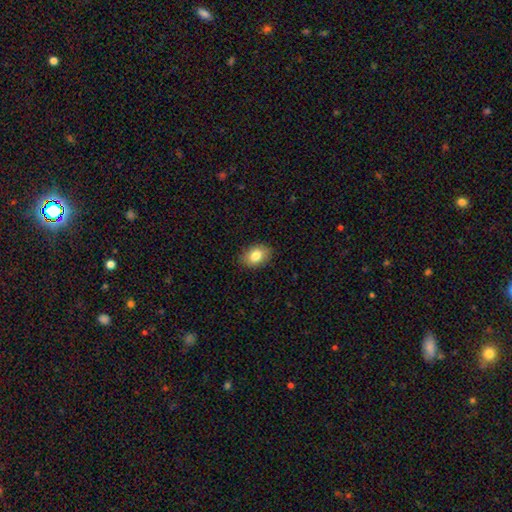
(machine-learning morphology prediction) Smooth or featured?
  - smooth: 83% *
  - featured or disk: 9%
  - star or artifact: 8%
How rounded?
  - in between: 82% *
  - round: 17%
  - cigar-shaped: 1%
Merging?
  - none: 87% *
  - minor disturbance: 10%
  - major disturbance: 2%
  - merger: 1%